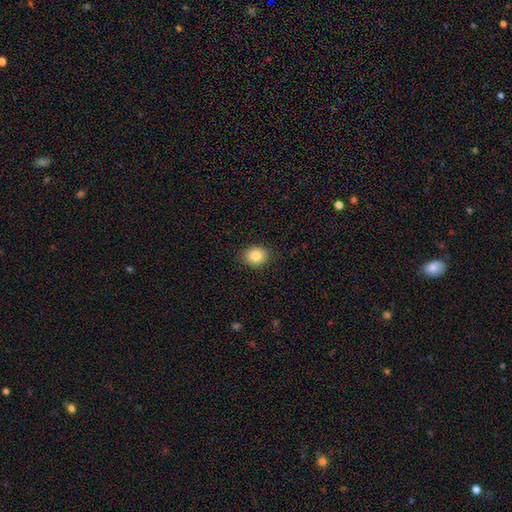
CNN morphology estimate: Smooth or featured? smooth (84%)
How rounded? round (64%)
Merging? none (89%)